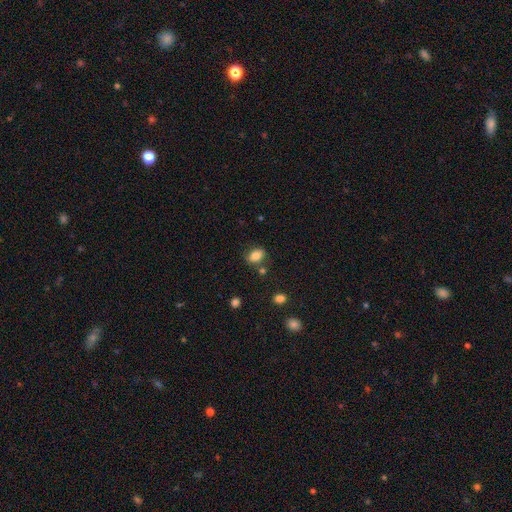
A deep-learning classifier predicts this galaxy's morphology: A smooth galaxy with no disk features (82%) that is in between round and cigar-shaped (76%).

Vote fractions:
- Smooth or featured? smooth: 82% / star or artifact: 10% / featured or disk: 8%
- How rounded? in between: 76% / round: 23% / cigar-shaped: 2%
- Merging? none: 73% / minor disturbance: 15% / merger: 8% / major disturbance: 4%